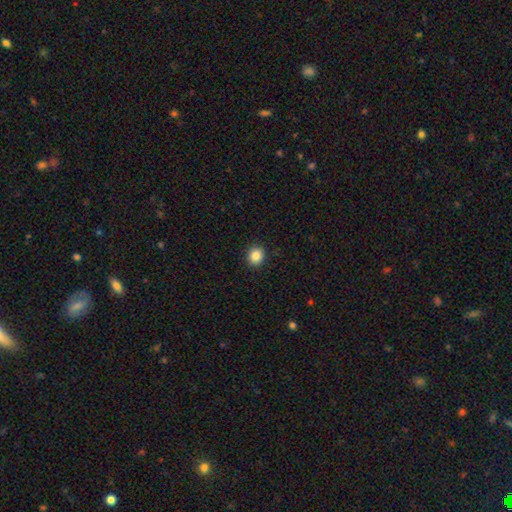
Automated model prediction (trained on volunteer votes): The model was most divided on "how rounded": round: 76%, in between: 23%, cigar-shaped: 1%. More confident: merging — none (92%); smooth or featured — smooth (86%).